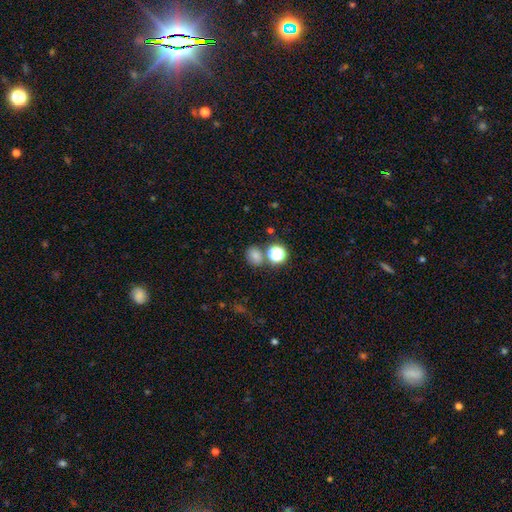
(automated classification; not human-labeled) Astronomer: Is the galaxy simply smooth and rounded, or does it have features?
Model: smooth — 73%.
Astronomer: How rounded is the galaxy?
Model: round — 58% (runner-up: in between, 41%).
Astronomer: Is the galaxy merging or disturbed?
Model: none — 69%.